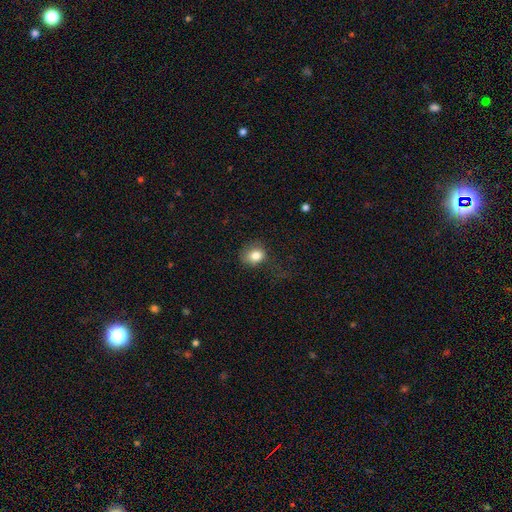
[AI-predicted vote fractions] The model was most divided on "how rounded": round: 52%, in between: 47%, cigar-shaped: 1%. More confident: smooth or featured — smooth (82%); merging — none (56%).